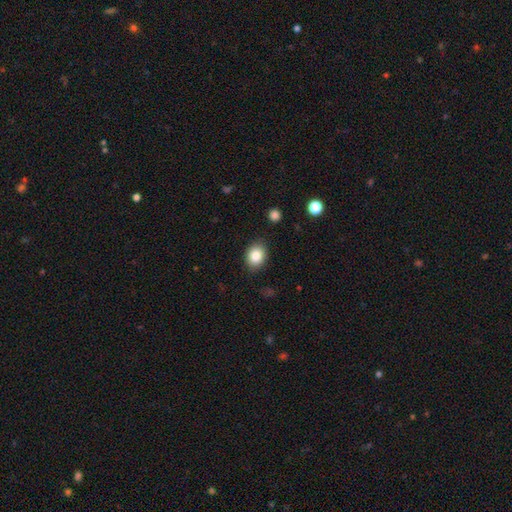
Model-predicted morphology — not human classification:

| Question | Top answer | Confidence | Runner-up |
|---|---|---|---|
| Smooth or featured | smooth | 85% | star or artifact (9%) |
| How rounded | in between | 56% | round (43%) |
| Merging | none | 85% | minor disturbance (11%) |